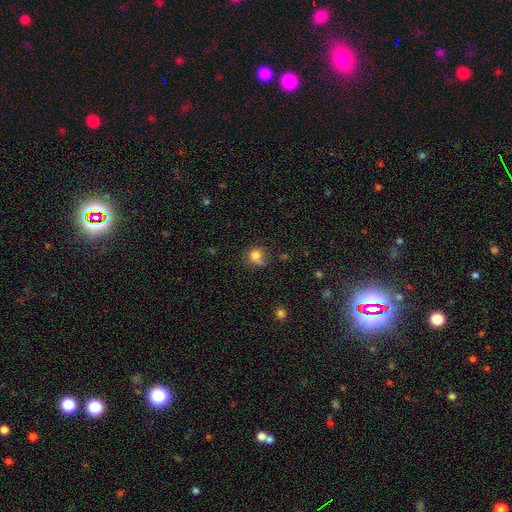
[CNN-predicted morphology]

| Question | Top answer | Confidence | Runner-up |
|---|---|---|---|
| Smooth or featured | smooth | 82% | star or artifact (11%) |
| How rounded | round | 84% | in between (15%) |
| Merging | none | 64% | minor disturbance (25%) |